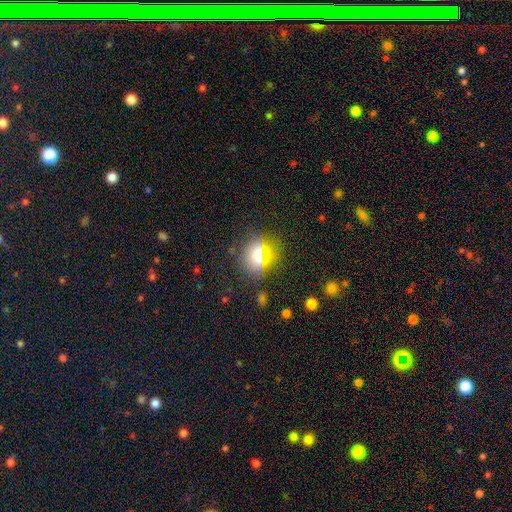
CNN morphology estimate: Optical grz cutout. It shows a smooth galaxy with no disk features (66%) that is round (66%). Merging: none (82%).